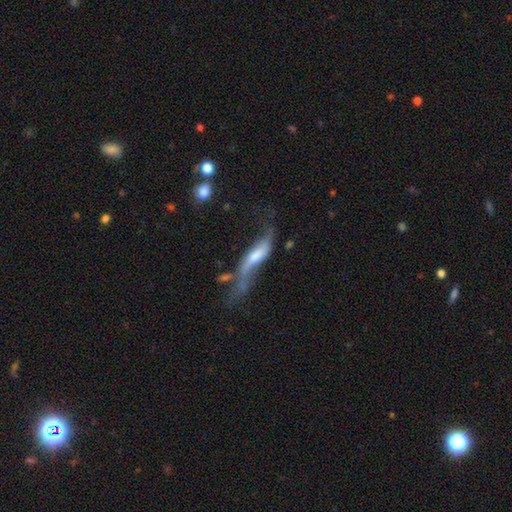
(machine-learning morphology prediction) This appears to be a featured or disk galaxy (63%). Merging: major disturbance (35%).